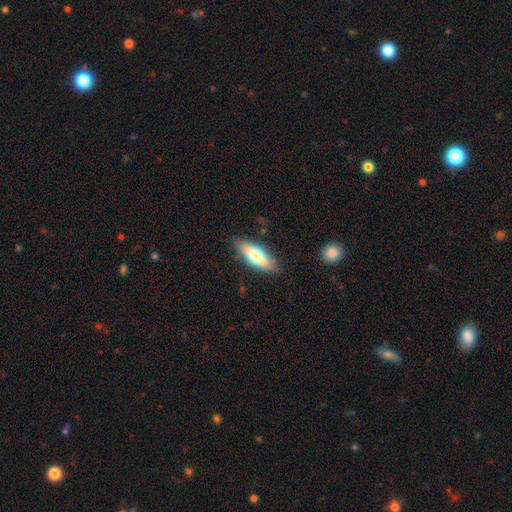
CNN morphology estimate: Smooth or featured? Predicted: smooth (p=0.63). How rounded? Predicted: in between (p=0.62). Merging? Predicted: none (p=0.83).